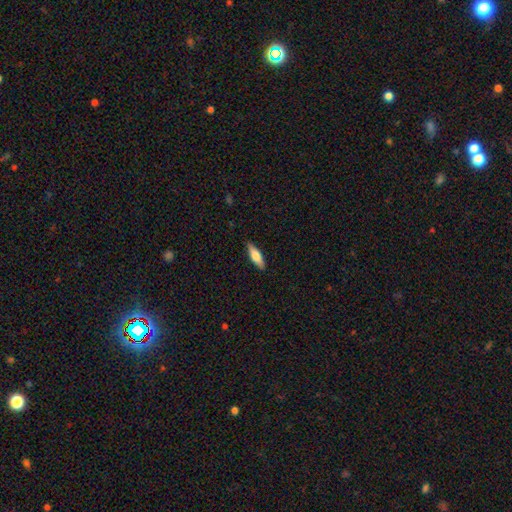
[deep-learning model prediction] smooth-or-featured: smooth: 68% | featured or disk: 26% | star or artifact: 6%
  how-rounded: in between: 51% | cigar-shaped: 47% | round: 2%
  merging: none: 87% | minor disturbance: 10% | major disturbance: 2% | merger: 1%